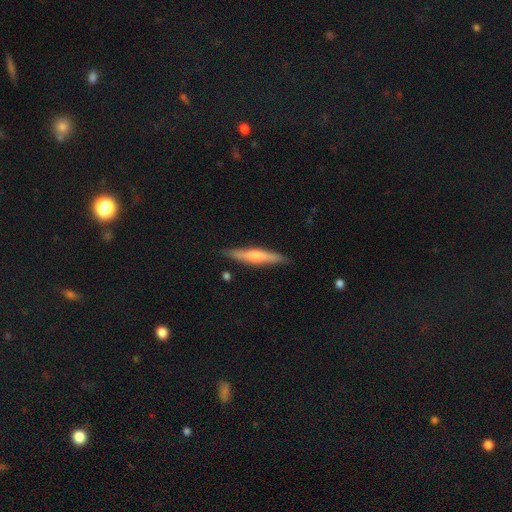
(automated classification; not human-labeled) This is possibly a smooth galaxy (50%). Merging: clearly none (86%).